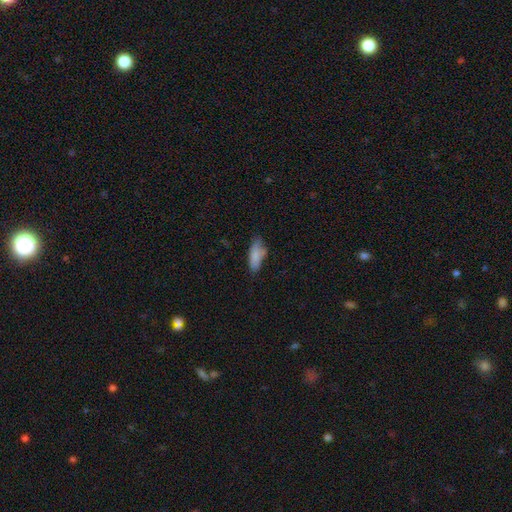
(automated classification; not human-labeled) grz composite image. It shows a smooth galaxy with no disk features (81%) that is in between round and cigar-shaped (72%). Merging: none (56%).